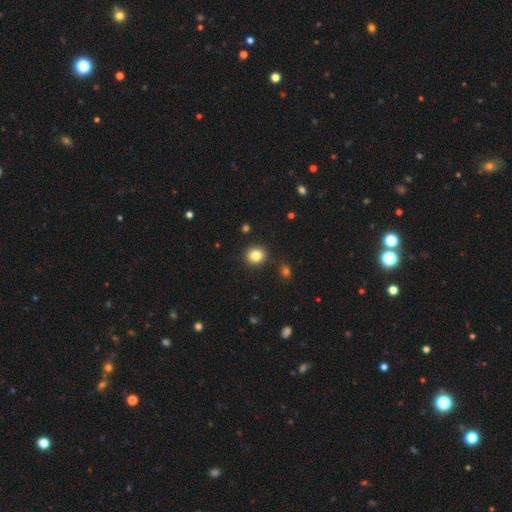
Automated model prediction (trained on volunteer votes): The model was most divided on "how rounded": round: 84%, in between: 15%, cigar-shaped: 1%. More confident: merging — none (90%); smooth or featured — smooth (83%).